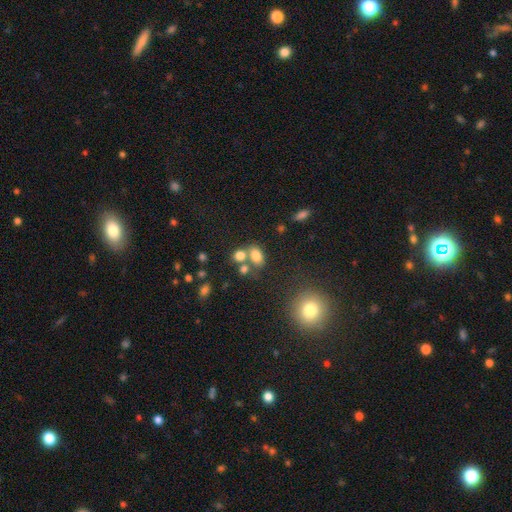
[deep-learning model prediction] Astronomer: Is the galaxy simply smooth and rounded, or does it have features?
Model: smooth — 77%.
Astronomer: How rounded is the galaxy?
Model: in between — 76%.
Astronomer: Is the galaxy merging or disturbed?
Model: none — 47% (runner-up: merger, 36%).